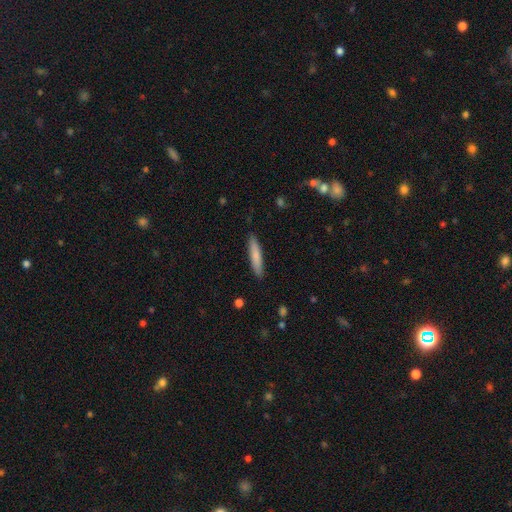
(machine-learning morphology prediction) Smooth or featured?
  - smooth: 78% *
  - featured or disk: 17%
  - star or artifact: 5%
How rounded?
  - cigar-shaped: 90% *
  - in between: 9%
  - round: 1%
Merging?
  - none: 90% *
  - minor disturbance: 8%
  - major disturbance: 2%
  - merger: 1%